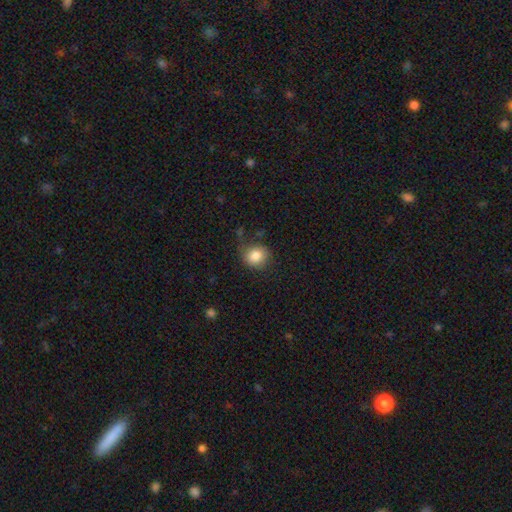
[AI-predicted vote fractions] Morphology: type=smooth (85%); roundness=round (80%); merging=none (70%).